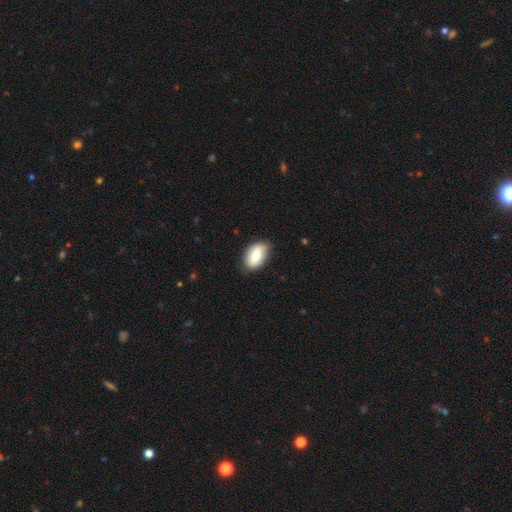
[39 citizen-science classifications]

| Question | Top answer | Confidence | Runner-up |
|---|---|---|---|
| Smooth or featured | smooth | 69% | featured or disk (23%) |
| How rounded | in between | 93% | round (7%) |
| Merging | none | 78% | minor disturbance (19%) |